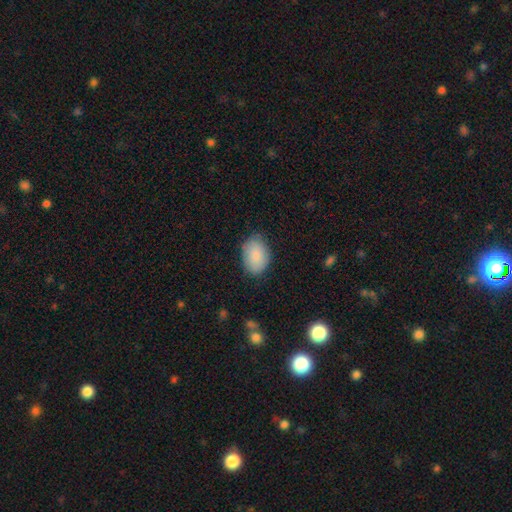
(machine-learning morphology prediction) Smooth or featured: smooth — 87% (featured or disk — 6%)
How rounded: in between — 82% (round — 17%)
Merging: none — 79% (minor disturbance — 16%)